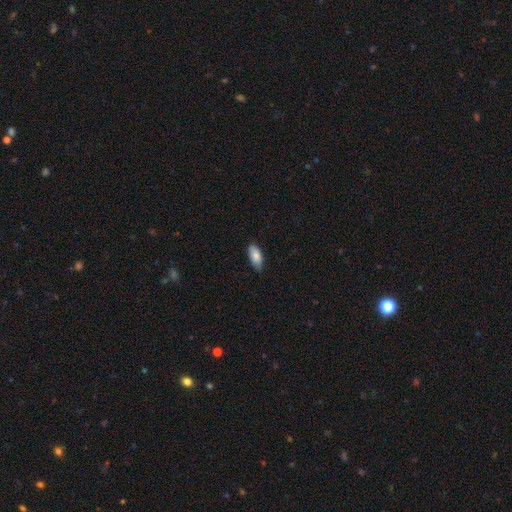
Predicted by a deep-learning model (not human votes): smooth-or-featured: smooth: 84% | featured or disk: 10% | star or artifact: 6%
  how-rounded: in between: 88% | cigar-shaped: 10% | round: 2%
  merging: none: 76% | minor disturbance: 20% | major disturbance: 2% | merger: 1%